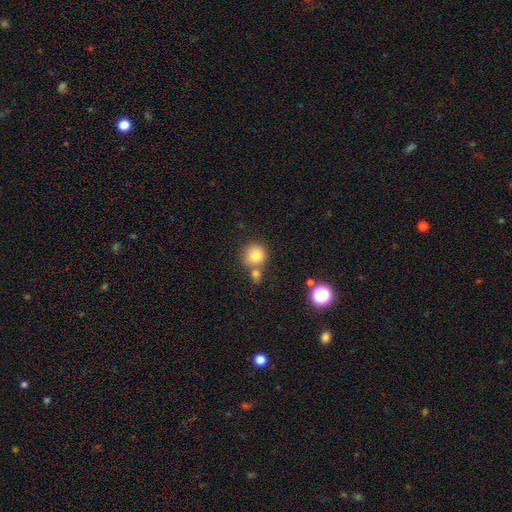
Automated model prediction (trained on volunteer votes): This is clearly a smooth galaxy (81%). How rounded: clearly round (89%). Merging: possibly none (53%).